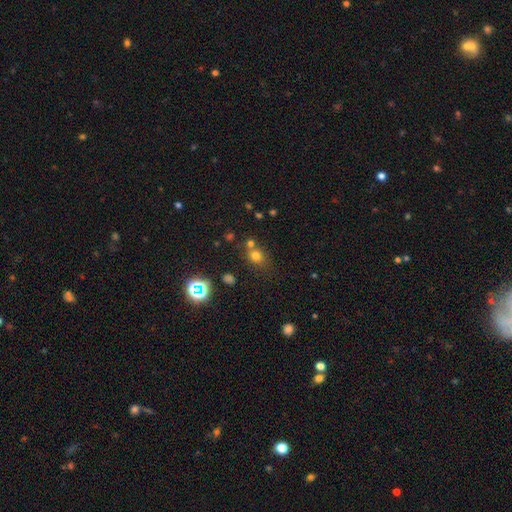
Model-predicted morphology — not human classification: Smooth or featured? smooth (69%)
How rounded? round (69%)
Merging? none (57%)